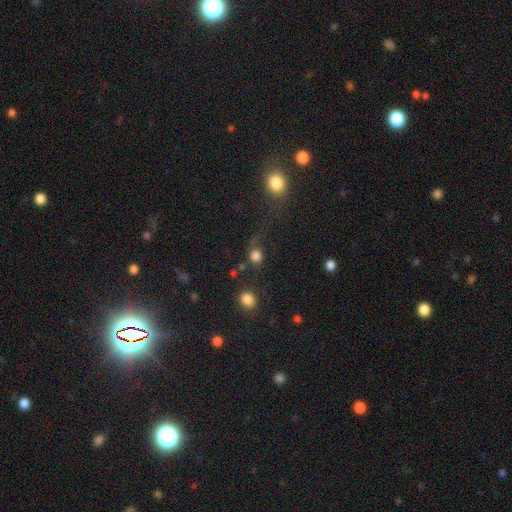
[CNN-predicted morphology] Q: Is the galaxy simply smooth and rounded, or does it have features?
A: smooth — 79%.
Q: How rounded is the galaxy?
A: round — 81%.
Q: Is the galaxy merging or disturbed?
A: none — 52%.